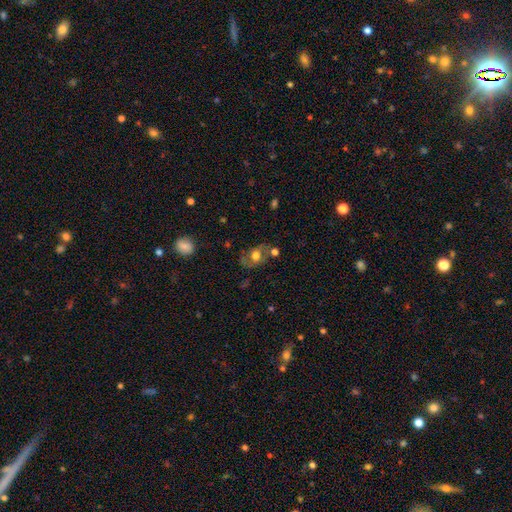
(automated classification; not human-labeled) Smooth or featured: smooth — 49% (featured or disk — 41%)
Merging: none — 58% (minor disturbance — 21%)